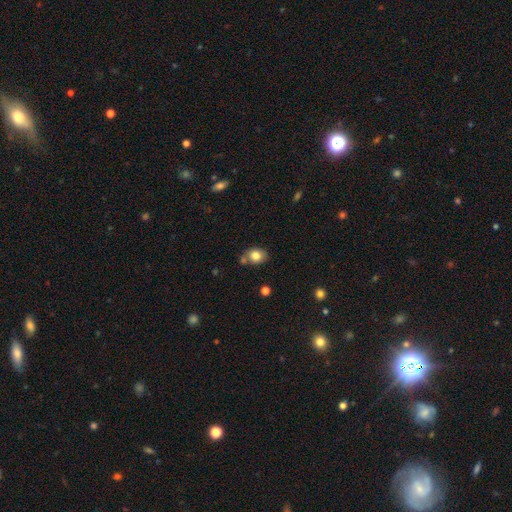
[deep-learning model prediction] A smooth galaxy with no disk features (80%) that is in between round and cigar-shaped (52%). Merging: none (64%).